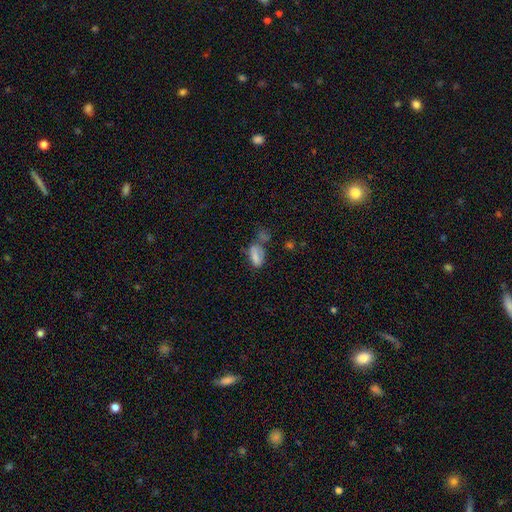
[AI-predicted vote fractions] Q: Smooth or featured?
A: smooth (72%); runner-up: featured or disk (15%)
Q: How rounded?
A: in between (86%); runner-up: cigar-shaped (9%)
Q: Merging?
A: none (36%); runner-up: minor disturbance (24%)